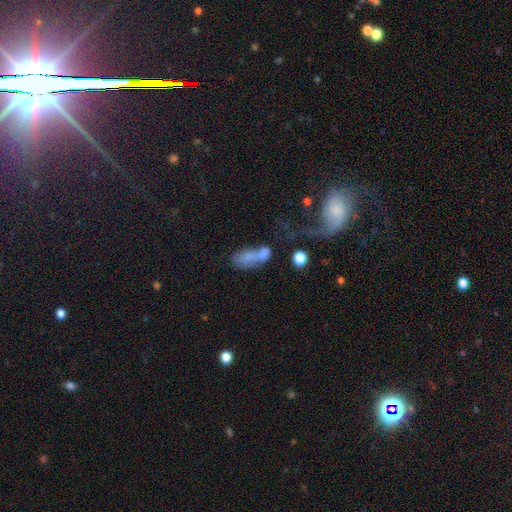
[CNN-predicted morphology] This is possibly a smooth galaxy (60%). How rounded: likely in between (75%). Merging: marginally merger (39%).